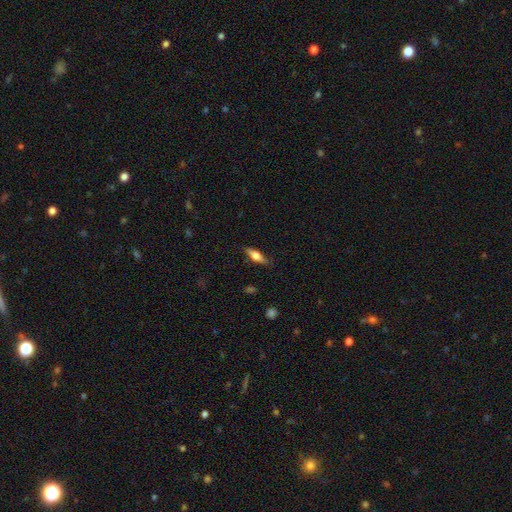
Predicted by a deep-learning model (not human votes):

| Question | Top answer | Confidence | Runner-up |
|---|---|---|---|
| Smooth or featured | smooth | 50% | featured or disk (44%) |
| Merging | none | 83% | minor disturbance (13%) |